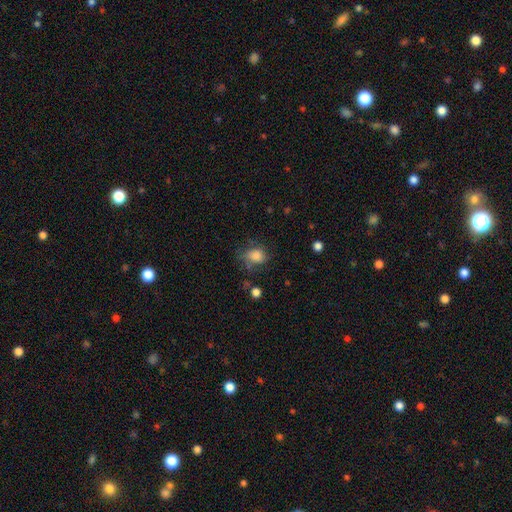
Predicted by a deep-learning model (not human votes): This appears to be a smooth galaxy with no disk features (78%) that is round (53%). Merging: none (52%).